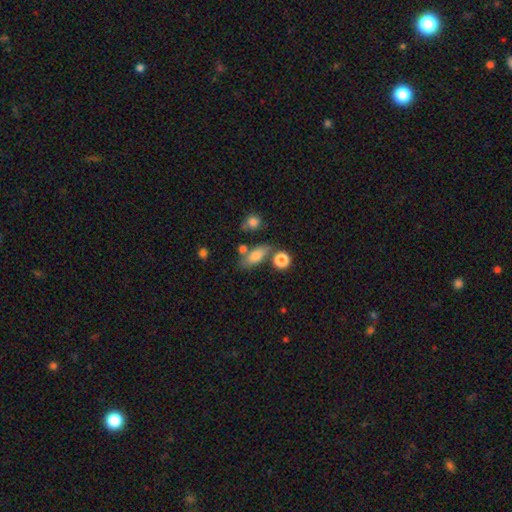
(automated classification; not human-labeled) Smooth or featured? smooth (74%)
How rounded? in between (73%)
Merging? none (65%)